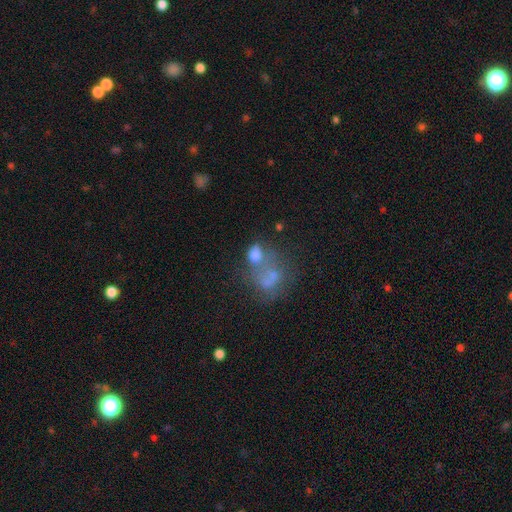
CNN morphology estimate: This is possibly a smooth galaxy (56%). How rounded: possibly in between (59%). Merging: possibly merger (47%).